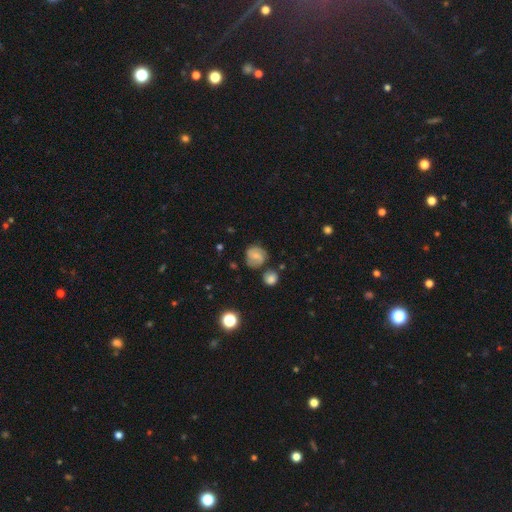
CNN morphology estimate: A smooth galaxy with no disk features (54%) that is round (80%). Merging: none (69%).